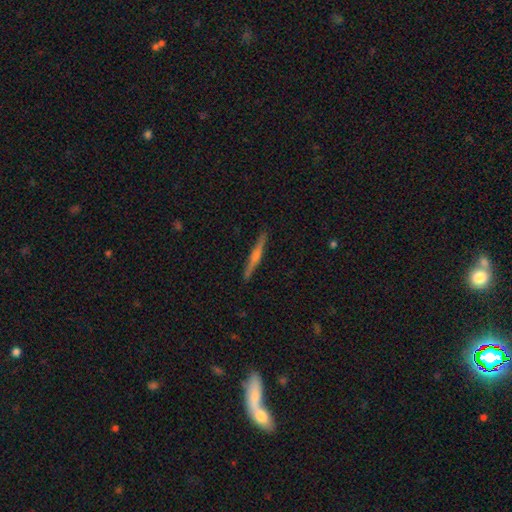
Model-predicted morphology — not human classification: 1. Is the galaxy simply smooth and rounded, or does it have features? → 62% featured or disk, 32% smooth, 6% star or artifact.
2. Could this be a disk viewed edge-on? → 98% yes, 2% no.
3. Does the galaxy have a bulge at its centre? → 57% rounded, 26% none, 17% boxy.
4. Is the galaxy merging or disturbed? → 91% none, 6% minor disturbance, 1% major disturbance, 1% merger.